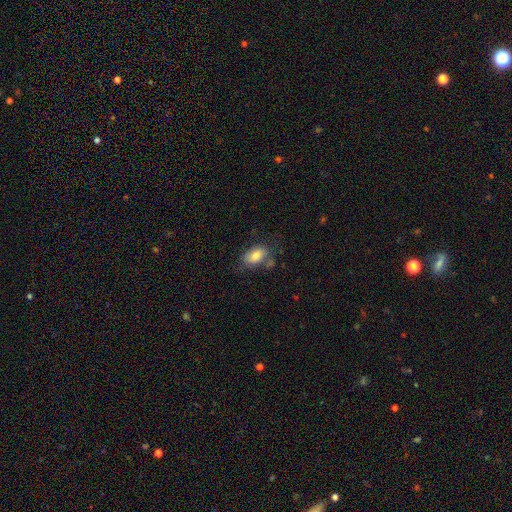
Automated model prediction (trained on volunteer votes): smooth 76%, featured or disk 16%, star or artifact 8%. Down the decision tree: how rounded — in between (90%); merging — none (60%).